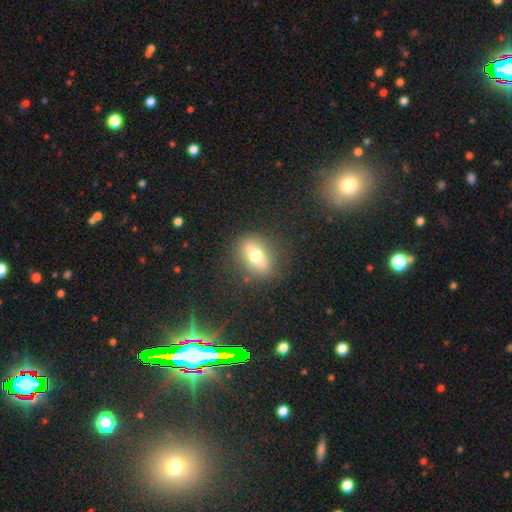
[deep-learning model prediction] Smooth or featured: smooth — 62% (featured or disk — 27%)
How rounded: in between — 67% (round — 29%)
Merging: none — 81% (minor disturbance — 12%)